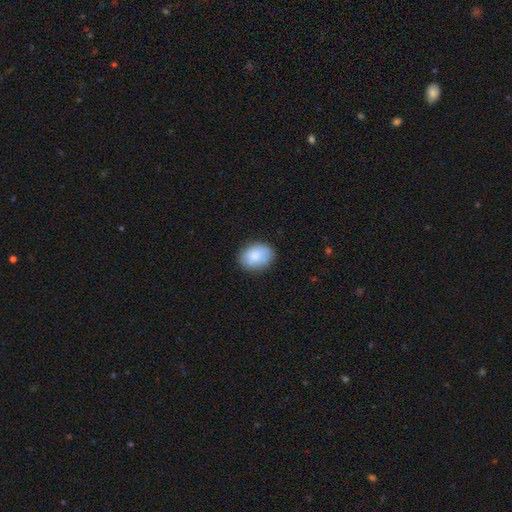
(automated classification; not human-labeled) A smooth galaxy with no disk features (85%) that is in between round and cigar-shaped (70%).

Vote fractions:
- Smooth or featured? smooth: 85% / featured or disk: 8% / star or artifact: 7%
- How rounded? in between: 70% / round: 29% / cigar-shaped: 1%
- Merging? none: 83% / minor disturbance: 13% / major disturbance: 3% / merger: 1%